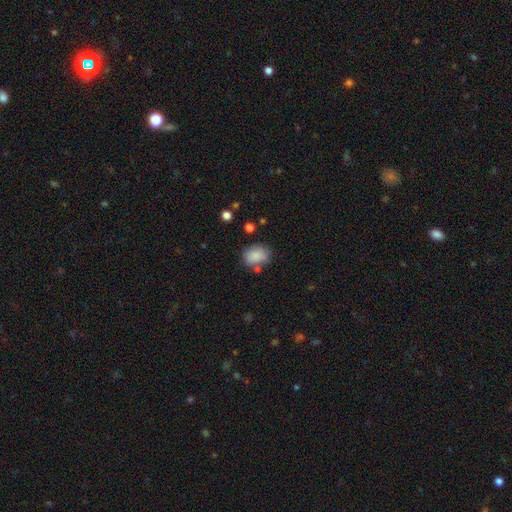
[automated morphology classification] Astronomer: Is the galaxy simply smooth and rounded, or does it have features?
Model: smooth — 84%.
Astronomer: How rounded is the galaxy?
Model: in between — 61% (runner-up: round, 38%).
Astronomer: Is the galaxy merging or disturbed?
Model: none — 68%.